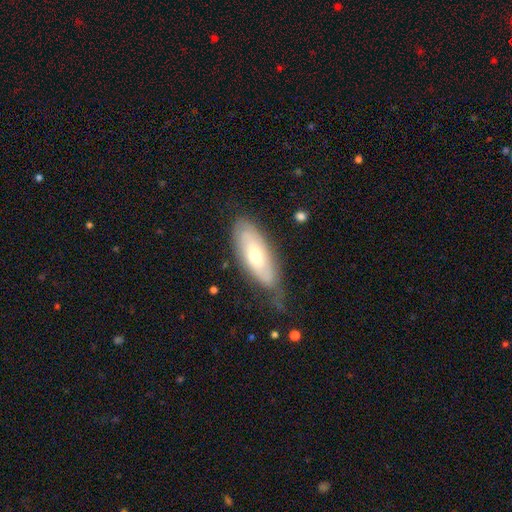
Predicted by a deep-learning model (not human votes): This appears to be a smooth galaxy with no disk features (51%) that is in between round and cigar-shaped (75%). Merging: none (55%).